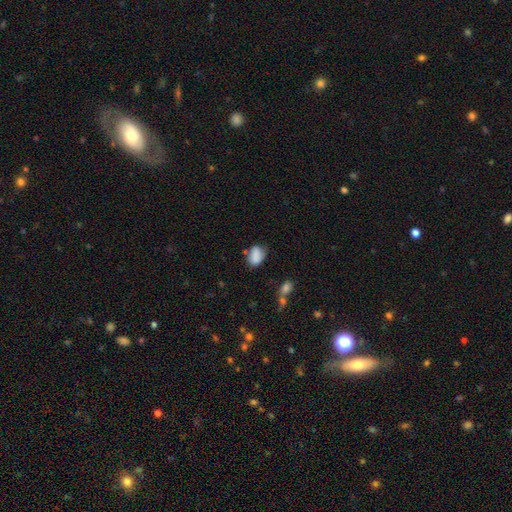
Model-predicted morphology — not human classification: Smooth or featured? Predicted: smooth (p=0.82). How rounded? Predicted: in between (p=0.81). Merging? Predicted: none (p=0.55).